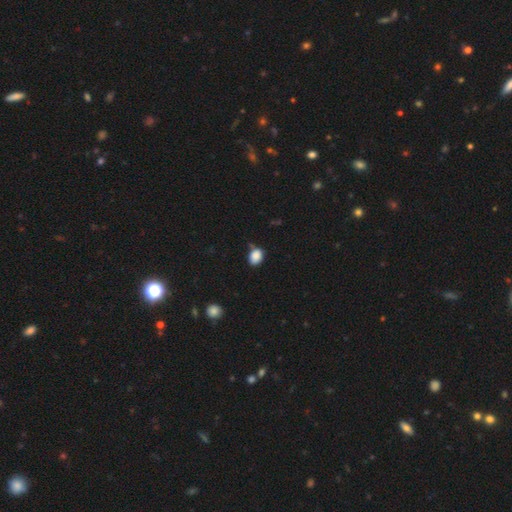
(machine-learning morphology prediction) smooth-or-featured: smooth: 87% | star or artifact: 9% | featured or disk: 4%
  how-rounded: in between: 66% | round: 33% | cigar-shaped: 1%
  merging: none: 67% | minor disturbance: 22% | merger: 7% | major disturbance: 4%